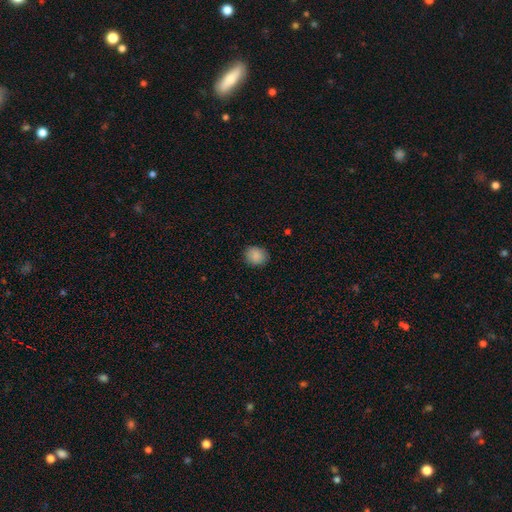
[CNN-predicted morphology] Overall: smooth (87%). How rounded: round (67%; in between 32%). Merging: none (87%).